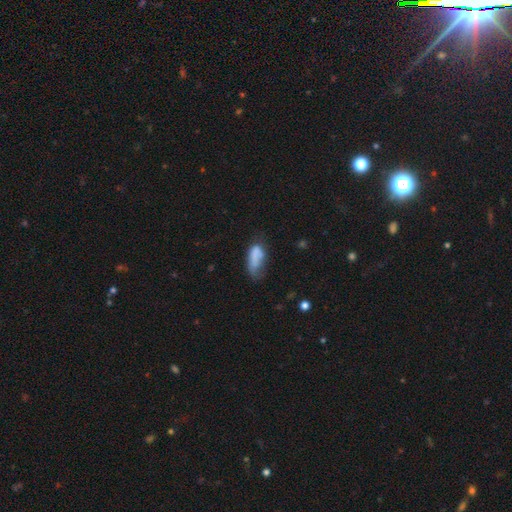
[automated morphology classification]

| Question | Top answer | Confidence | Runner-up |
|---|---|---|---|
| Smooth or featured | smooth | 73% | featured or disk (17%) |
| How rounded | in between | 84% | cigar-shaped (13%) |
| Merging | major disturbance | 34% | minor disturbance (33%) |